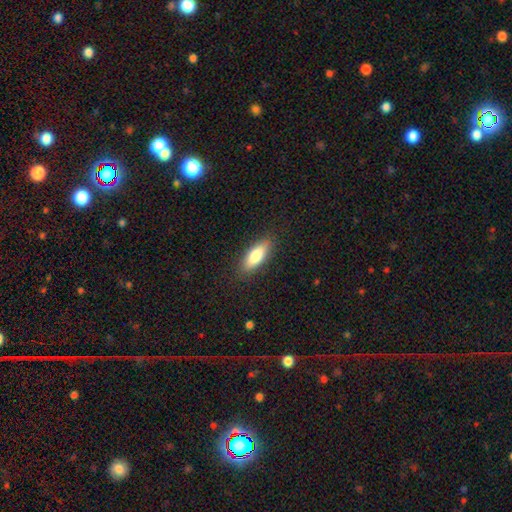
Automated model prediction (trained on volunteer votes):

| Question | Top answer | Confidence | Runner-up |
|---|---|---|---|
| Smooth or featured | smooth | 81% | featured or disk (13%) |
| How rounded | in between | 64% | cigar-shaped (34%) |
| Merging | none | 87% | minor disturbance (10%) |